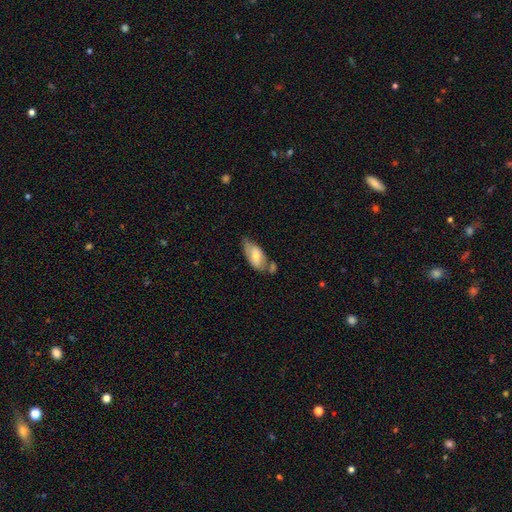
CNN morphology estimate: The model was most divided on "merging": none: 44%, minor disturbance: 26%, merger: 21%, major disturbance: 9%. More confident: how rounded — in between (90%); smooth or featured — smooth (58%).